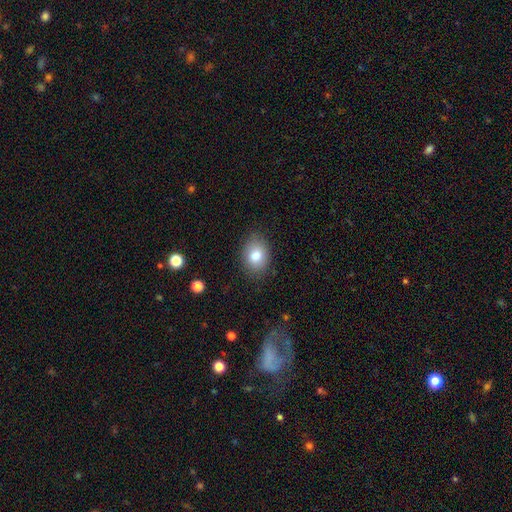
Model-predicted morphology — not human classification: smooth 82%, featured or disk 9%, star or artifact 9%. Down the decision tree: how rounded — in between (63%); merging — none (82%).